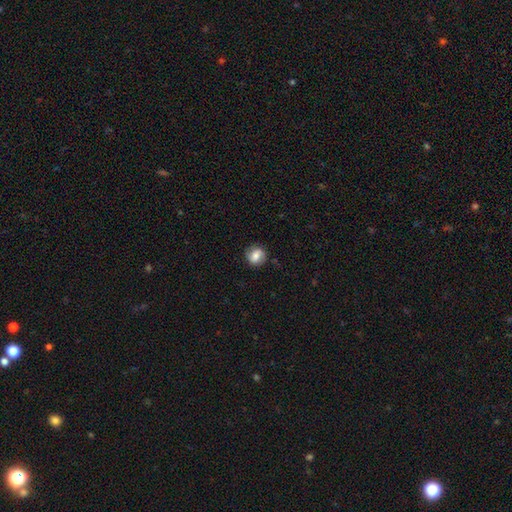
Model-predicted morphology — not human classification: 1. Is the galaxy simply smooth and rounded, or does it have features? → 63% smooth, 28% featured or disk, 9% star or artifact.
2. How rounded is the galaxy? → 82% round, 17% in between, 1% cigar-shaped.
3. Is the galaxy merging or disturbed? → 82% none, 13% minor disturbance, 4% major disturbance, 1% merger.